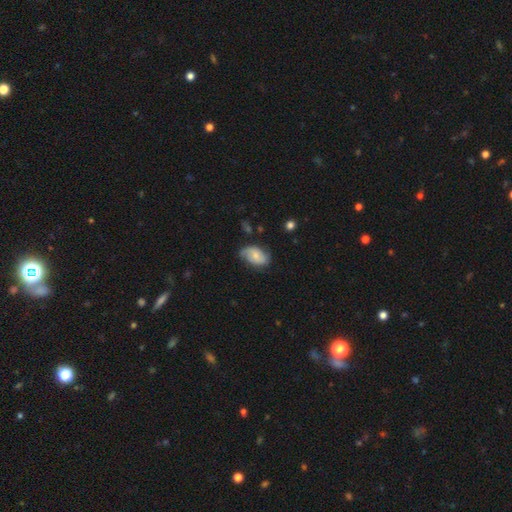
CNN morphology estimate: Q: Smooth or featured?
A: smooth (47%); runner-up: featured or disk (46%)
Q: Merging?
A: none (62%); runner-up: minor disturbance (28%)